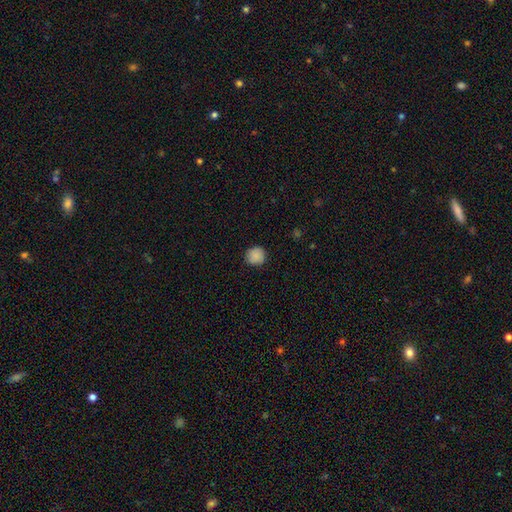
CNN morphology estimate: smooth-or-featured: smooth: 88% | star or artifact: 9% | featured or disk: 4%
  how-rounded: round: 92% | in between: 7% | cigar-shaped: 1%
  merging: none: 88% | minor disturbance: 9% | major disturbance: 2% | merger: 1%